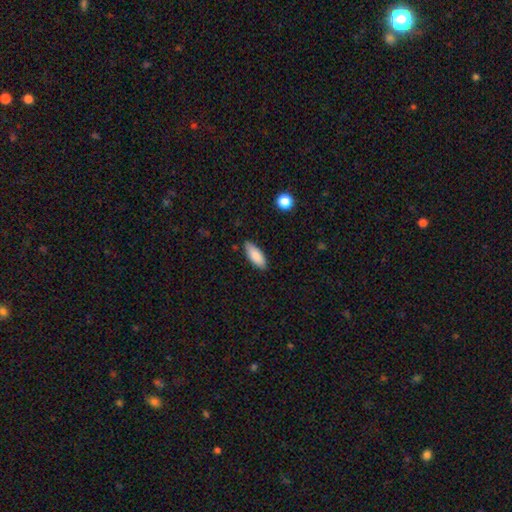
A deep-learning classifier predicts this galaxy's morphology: The model was most divided on "how rounded": in between: 75%, cigar-shaped: 23%, round: 2%. More confident: smooth or featured — smooth (87%); merging — none (81%).